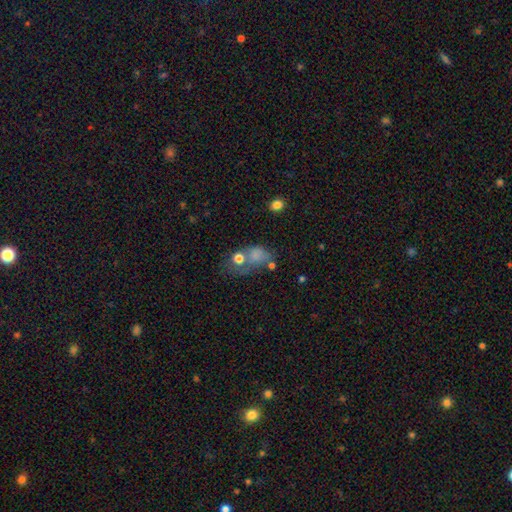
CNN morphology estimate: smooth 67%, featured or disk 18%, star or artifact 15%. Down the decision tree: how rounded — in between (66%); merging — none (29%).